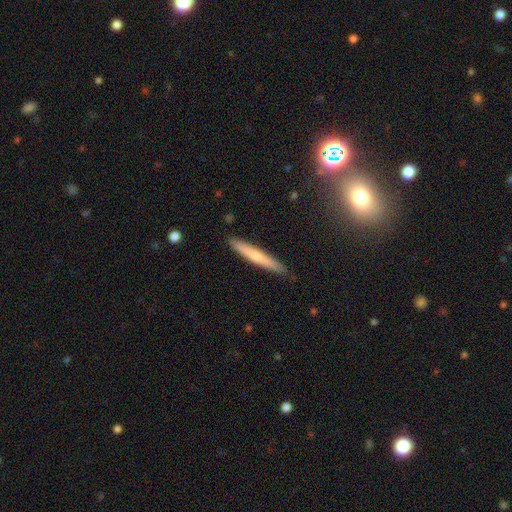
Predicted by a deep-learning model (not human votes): This is possibly a smooth galaxy (53%). How rounded: clearly cigar-shaped (96%). Merging: clearly none (89%).